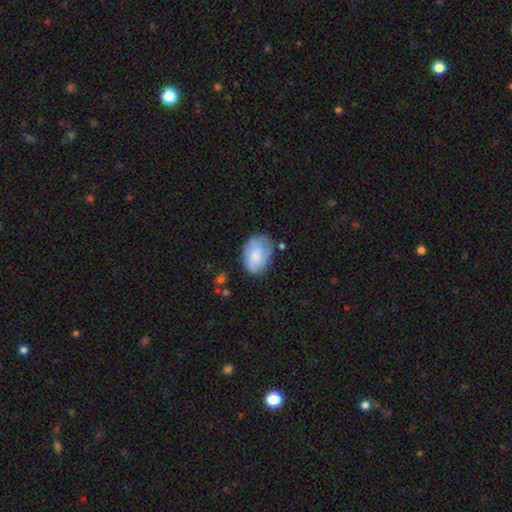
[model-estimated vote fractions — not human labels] smooth 72%, featured or disk 22%, star or artifact 7%. Down the decision tree: how rounded — in between (80%); merging — none (64%).